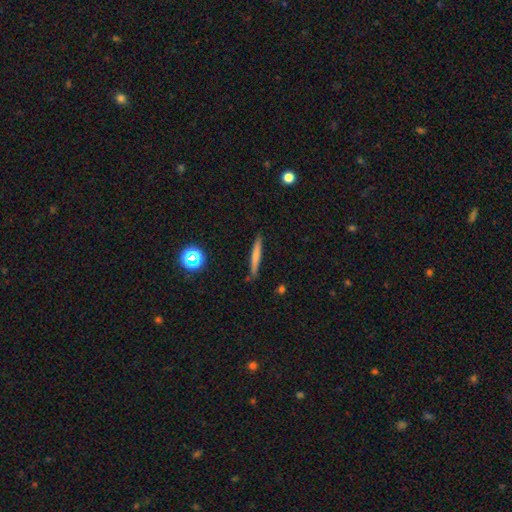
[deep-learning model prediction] Morphology: type=smooth (65%); roundness=cigar-shaped (94%); merging=none (83%).